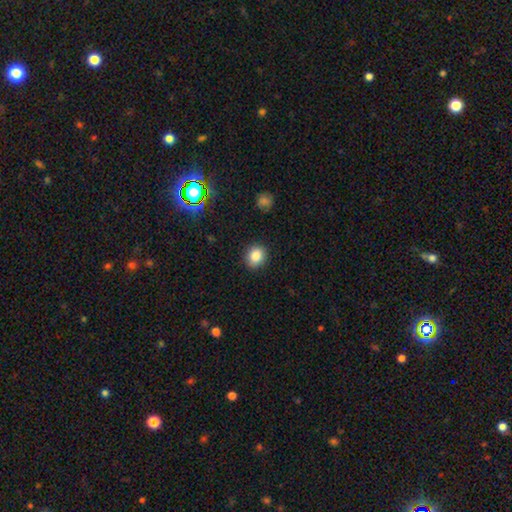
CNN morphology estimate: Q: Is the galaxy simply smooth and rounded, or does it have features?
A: smooth — 85%.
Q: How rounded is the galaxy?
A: round — 68%.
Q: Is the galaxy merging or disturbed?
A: none — 89%.